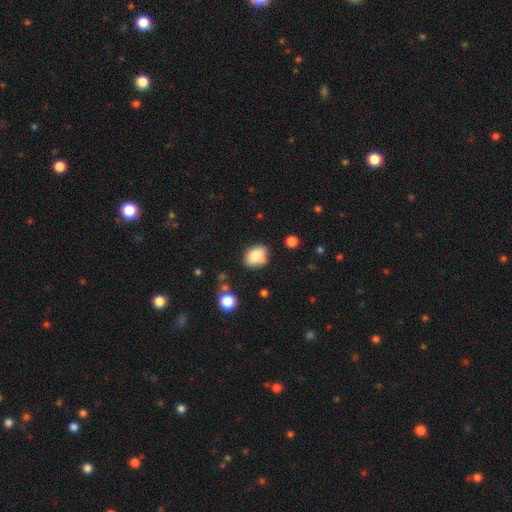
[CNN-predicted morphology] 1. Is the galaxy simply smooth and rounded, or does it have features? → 80% smooth, 11% featured or disk, 9% star or artifact.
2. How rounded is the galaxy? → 71% in between, 28% round, 1% cigar-shaped.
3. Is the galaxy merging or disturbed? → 63% none, 18% minor disturbance, 14% merger, 5% major disturbance.